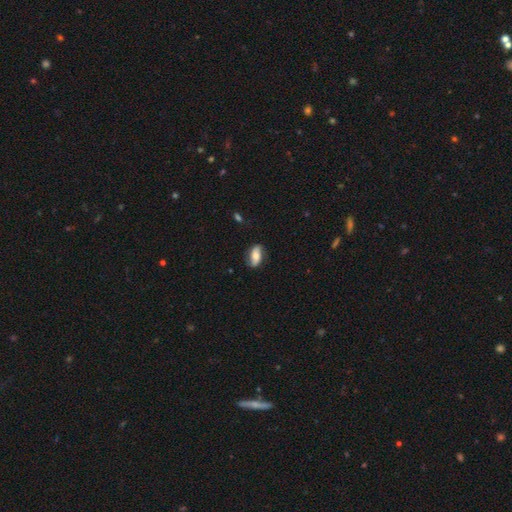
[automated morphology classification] smooth-or-featured: featured or disk: 48% | smooth: 45% | star or artifact: 7%
  merging: none: 78% | minor disturbance: 17% | major disturbance: 4% | merger: 1%